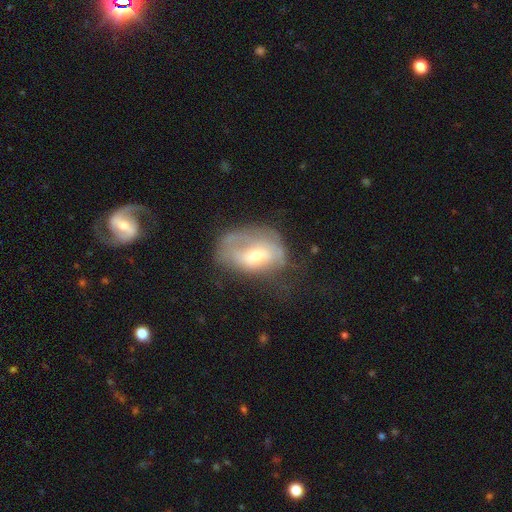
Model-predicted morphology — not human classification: Smooth or featured?
  - featured or disk: 50% *
  - smooth: 41%
  - star or artifact: 9%
Merging?
  - none: 34% *
  - major disturbance: 32%
  - minor disturbance: 30%
  - merger: 3%